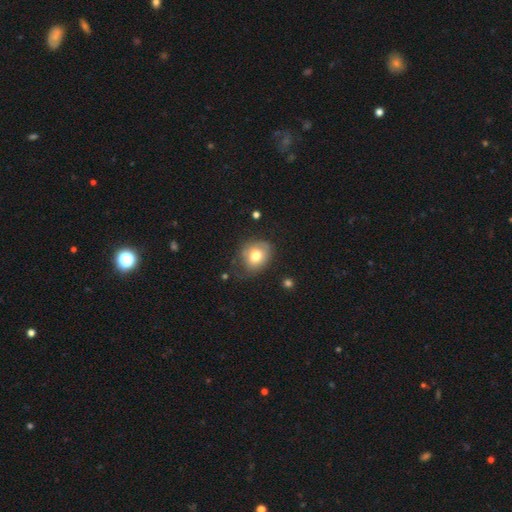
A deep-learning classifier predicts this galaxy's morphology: A smooth galaxy with no disk features (72%) that is round (57%). Merging: none (54%).